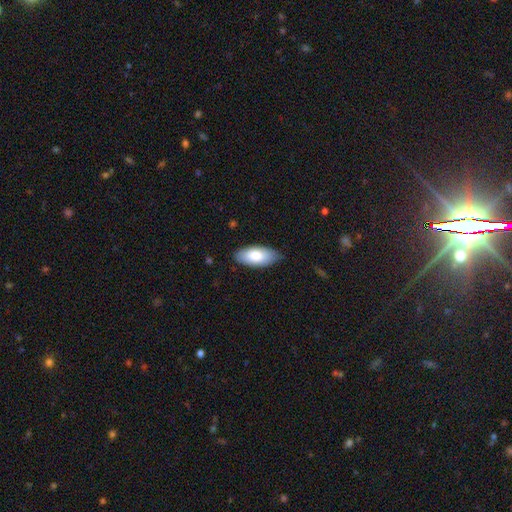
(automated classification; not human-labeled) This is clearly a smooth galaxy (80%). How rounded: clearly in between (91%). Merging: clearly none (81%).